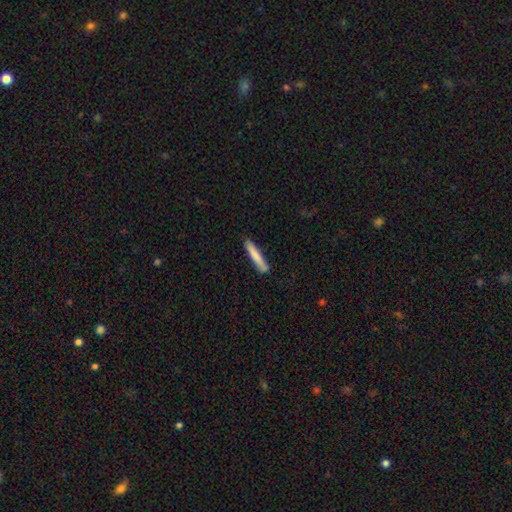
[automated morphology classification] smooth_or_featured: smooth (p=0.80) [alt: featured or disk p=0.14]
how_rounded: cigar-shaped (p=0.93) [alt: in between p=0.06]
merging: none (p=0.84) [alt: minor disturbance p=0.12]